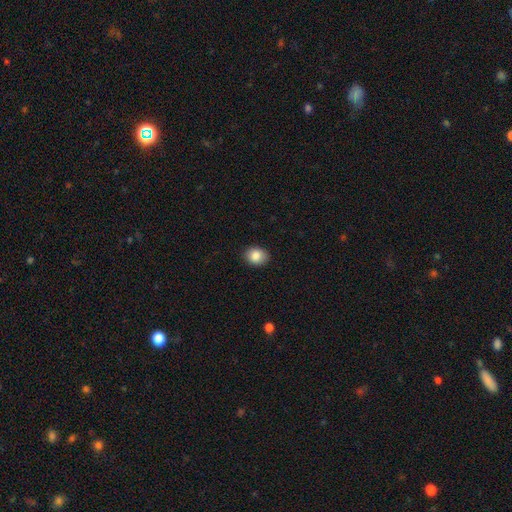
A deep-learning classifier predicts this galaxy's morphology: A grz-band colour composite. It shows a smooth galaxy with no disk features (86%) that is round (50%). Merging: none (88%).